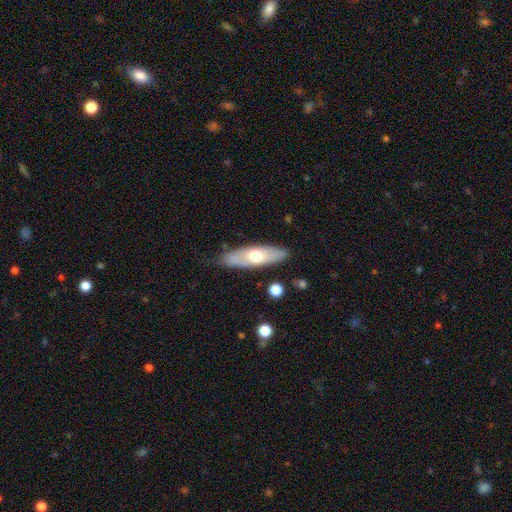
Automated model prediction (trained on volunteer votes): This is possibly a smooth galaxy (55%). How rounded: possibly in between (53%). Merging: clearly none (83%).